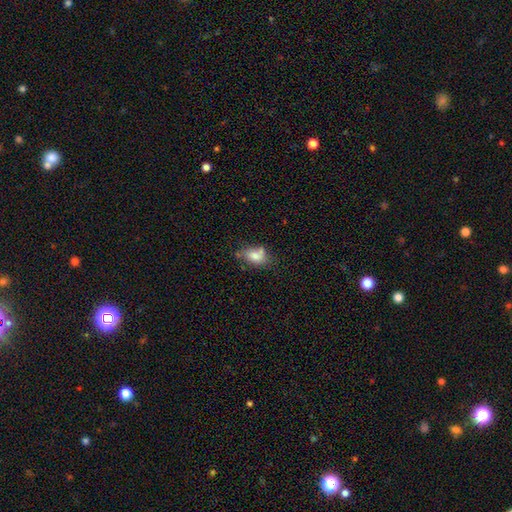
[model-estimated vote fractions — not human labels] This appears to be a smooth galaxy with no disk features (73%) that is in between round and cigar-shaped (82%). Merging: none (44%).